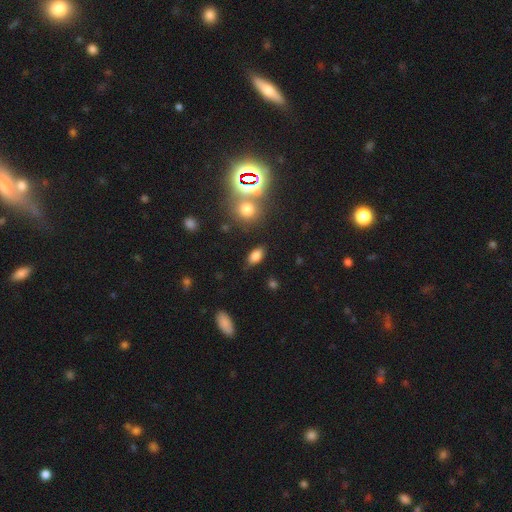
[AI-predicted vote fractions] Smooth or featured? smooth (78%)
How rounded? in between (89%)
Merging? none (82%)